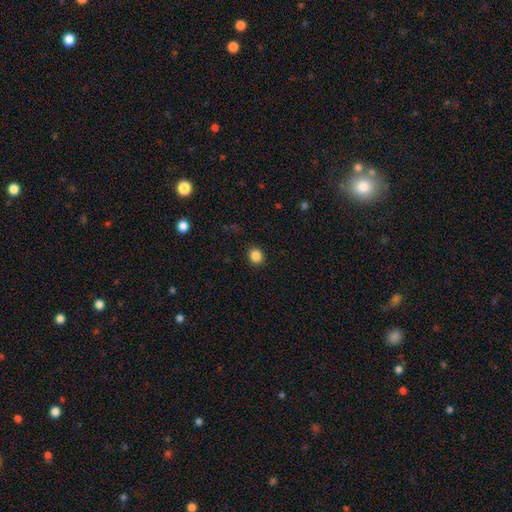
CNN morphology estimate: This is clearly a smooth galaxy (86%). How rounded: likely round (79%). Merging: clearly none (90%).